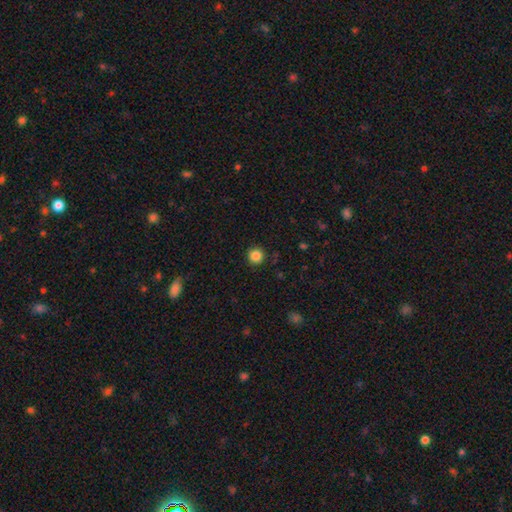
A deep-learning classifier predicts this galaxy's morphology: smooth-or-featured: smooth: 85% | star or artifact: 11% | featured or disk: 3%
  how-rounded: round: 95% | in between: 4% | cigar-shaped: 1%
  merging: none: 91% | minor disturbance: 6% | major disturbance: 2% | merger: 1%